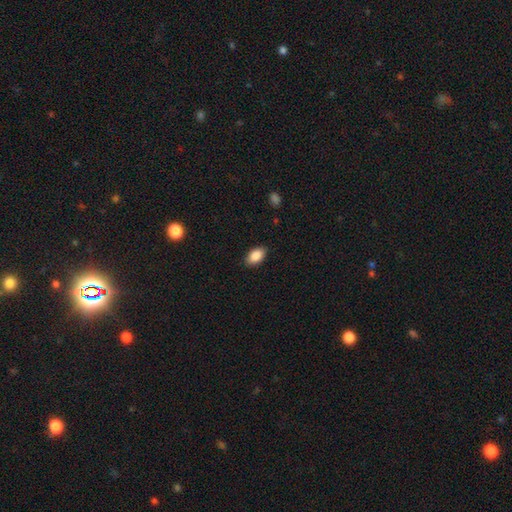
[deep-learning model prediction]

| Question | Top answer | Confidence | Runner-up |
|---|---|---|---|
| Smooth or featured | smooth | 87% | star or artifact (7%) |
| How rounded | in between | 92% | round (6%) |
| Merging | none | 87% | minor disturbance (10%) |